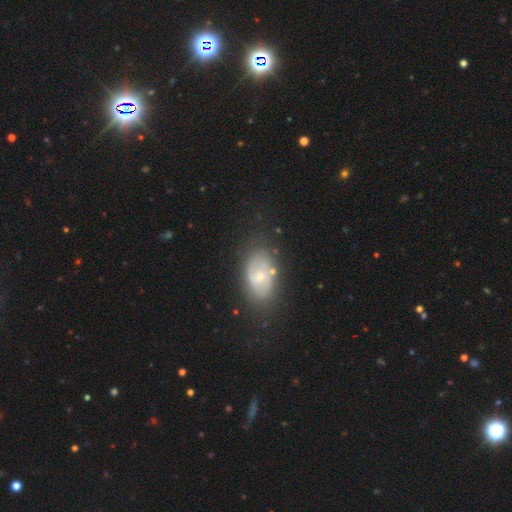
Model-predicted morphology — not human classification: smooth-or-featured: smooth: 44% | featured or disk: 33% | star or artifact: 23%
  merging: none: 71% | minor disturbance: 18% | major disturbance: 8% | merger: 3%